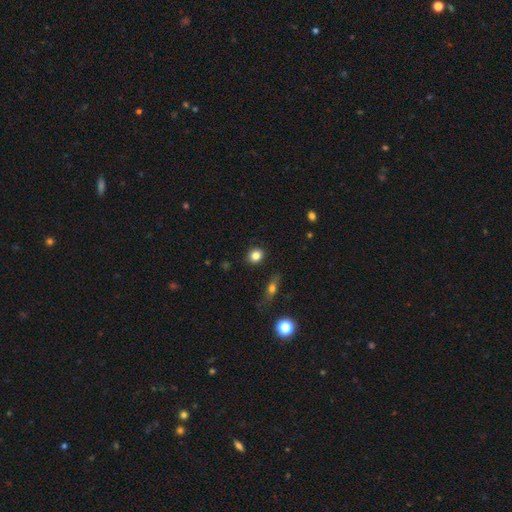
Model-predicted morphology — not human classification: type=smooth (82%); roundness=round (75%); merging=none (89%).